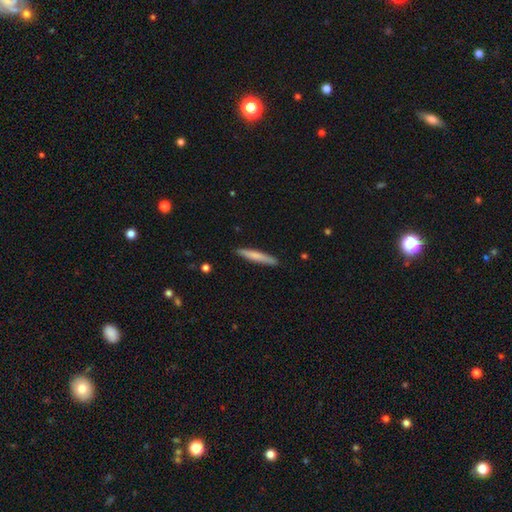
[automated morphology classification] Overall: smooth (72%). How rounded: cigar-shaped (95%). Merging: none (90%).